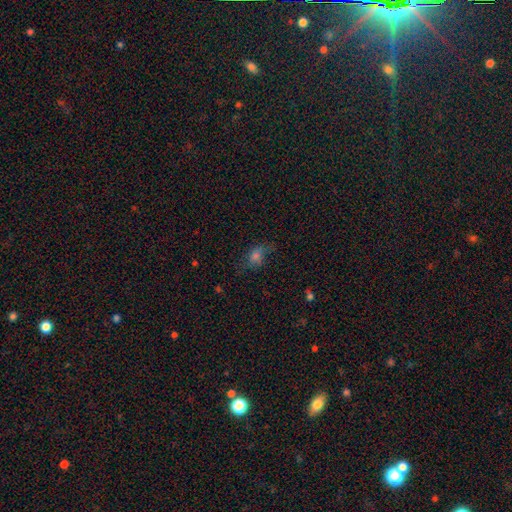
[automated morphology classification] Smooth or featured? Predicted: smooth (p=0.55). How rounded? Predicted: in between (p=0.60). Merging? Predicted: none (p=0.58).